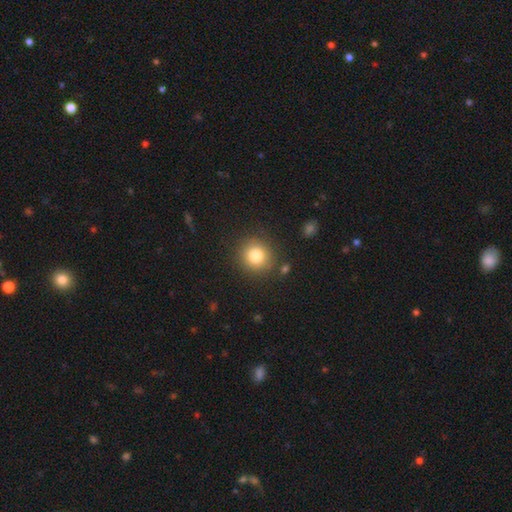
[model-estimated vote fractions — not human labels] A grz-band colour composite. It shows a smooth galaxy with no disk features (82%) that is round (91%). Merging: none (86%).